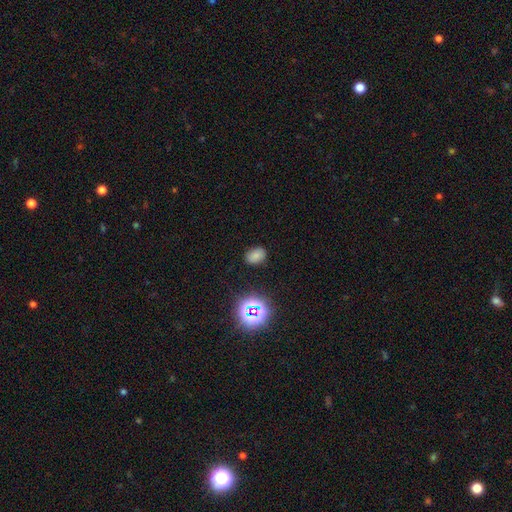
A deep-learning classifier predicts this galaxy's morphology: type=smooth (73%); roundness=in between (75%); merging=none (83%).